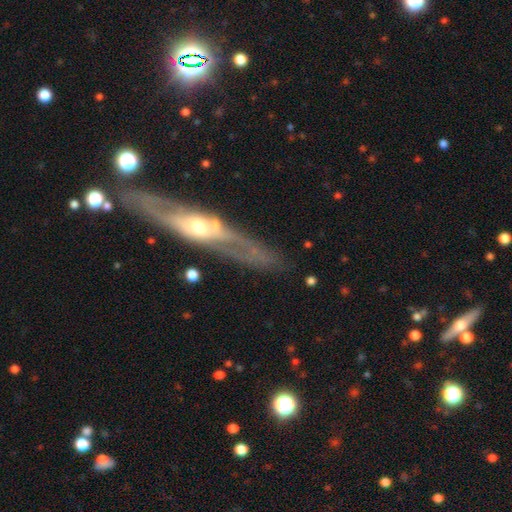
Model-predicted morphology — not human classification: Smooth or featured?
  - featured or disk: 78% *
  - smooth: 16%
  - star or artifact: 7%
Edge-on disk?
  - yes: 52% *
  - no: 48%
Merging?
  - none: 74% *
  - minor disturbance: 14%
  - major disturbance: 9%
  - merger: 3%